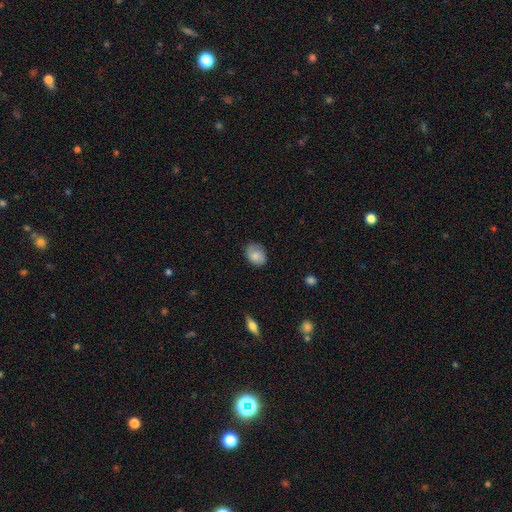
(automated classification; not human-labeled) This is likely a smooth galaxy (79%). How rounded: likely in between (66%). Merging: likely none (73%).